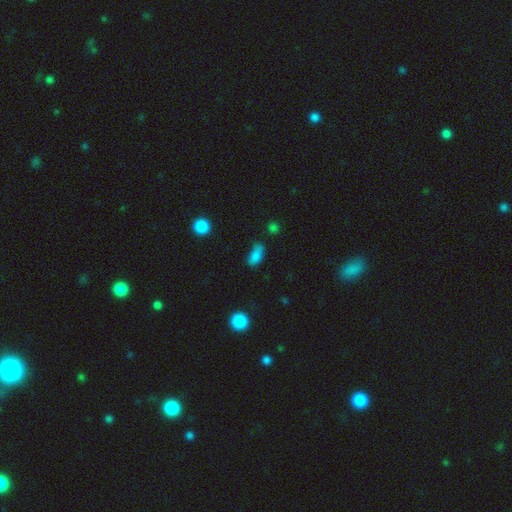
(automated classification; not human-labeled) smooth_or_featured: smooth (p=0.80) [alt: star or artifact p=0.11]
how_rounded: in between (p=0.84) [alt: cigar-shaped p=0.10]
merging: none (p=0.50) [alt: minor disturbance p=0.34]